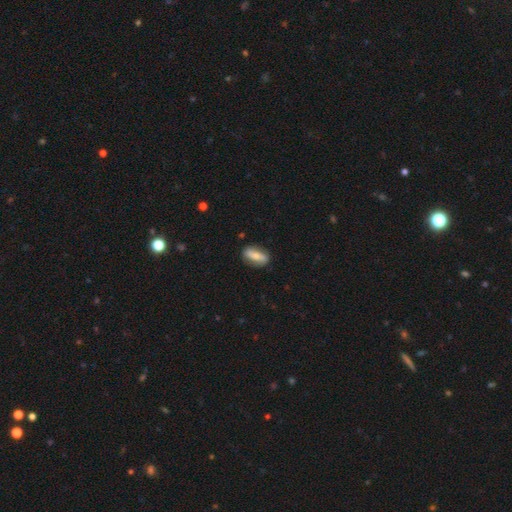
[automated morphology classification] Smooth or featured?
  - smooth: 58% *
  - featured or disk: 36%
  - star or artifact: 6%
How rounded?
  - in between: 76% *
  - cigar-shaped: 19%
  - round: 5%
Merging?
  - none: 83% *
  - minor disturbance: 13%
  - major disturbance: 3%
  - merger: 1%